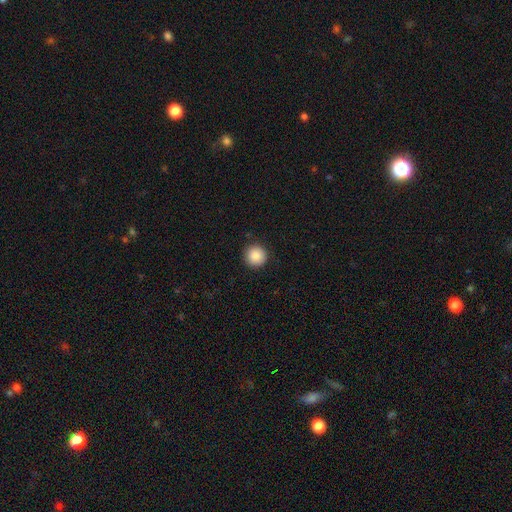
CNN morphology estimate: Smooth or featured: smooth — 88% (star or artifact — 9%)
How rounded: round — 96% (in between — 3%)
Merging: none — 92% (minor disturbance — 6%)